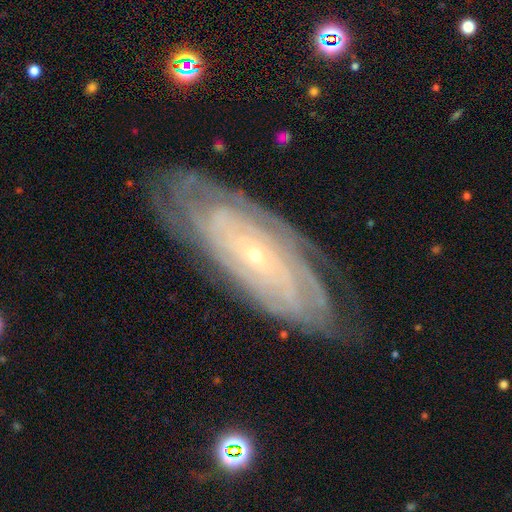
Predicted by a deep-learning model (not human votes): This appears to be a featured or disk galaxy (83%) with no bar (74%), tight (83%) spiral arms (94%) and a small central bulge (86%). Merging: none (78%).